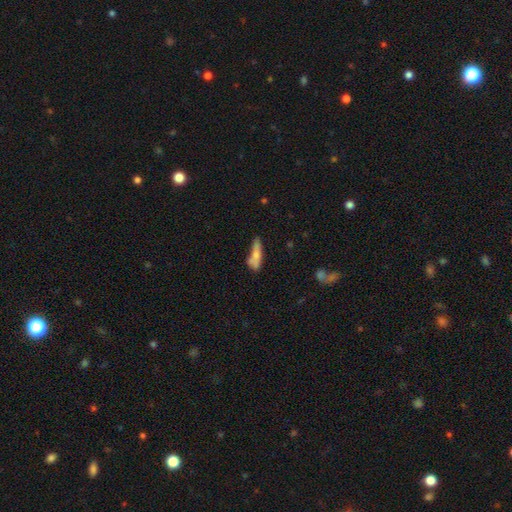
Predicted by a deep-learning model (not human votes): Q: Smooth or featured?
A: smooth (67%); runner-up: featured or disk (25%)
Q: How rounded?
A: cigar-shaped (63%); runner-up: in between (35%)
Q: Merging?
A: none (42%); runner-up: minor disturbance (28%)